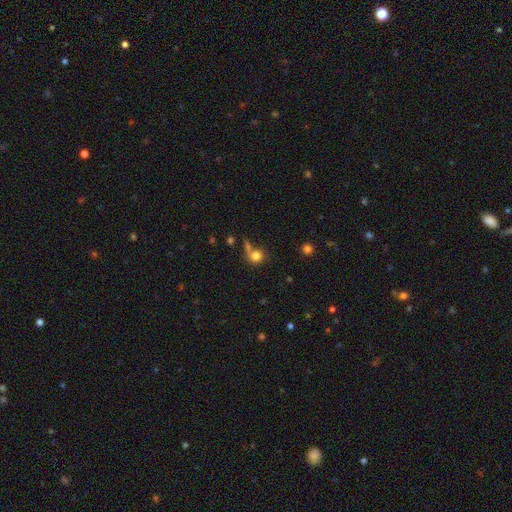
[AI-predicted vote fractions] A smooth galaxy with no disk features (79%) that is round (83%). Merging: none (53%).